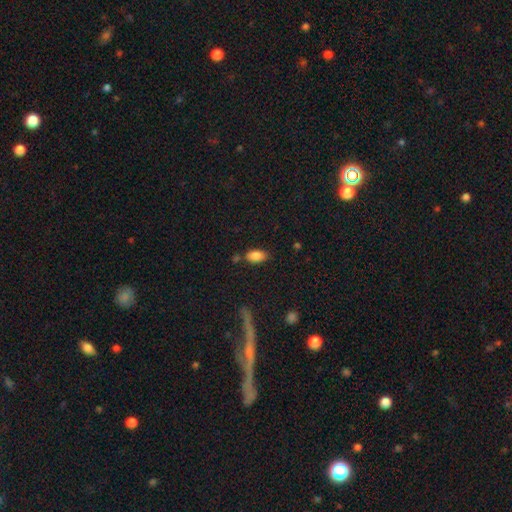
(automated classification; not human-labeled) smooth_or_featured: smooth (p=0.86) [alt: star or artifact p=0.08]
how_rounded: in between (p=0.92) [alt: round p=0.04]
merging: none (p=0.73) [alt: minor disturbance p=0.16]